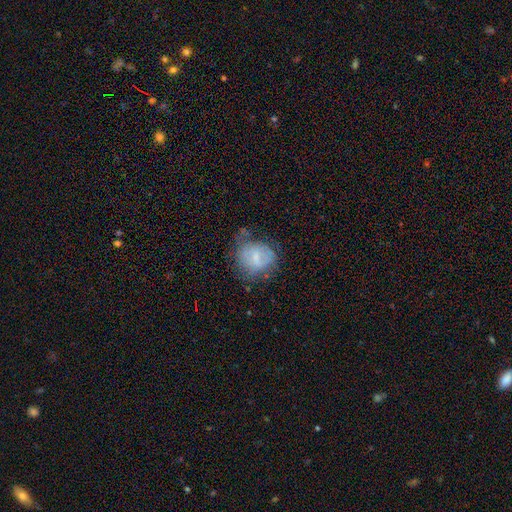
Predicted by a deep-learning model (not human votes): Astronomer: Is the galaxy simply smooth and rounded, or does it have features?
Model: smooth — 52% (runner-up: featured or disk, 38%).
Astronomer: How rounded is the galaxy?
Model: round — 65%.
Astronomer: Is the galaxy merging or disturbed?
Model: none — 46% (runner-up: minor disturbance, 30%).